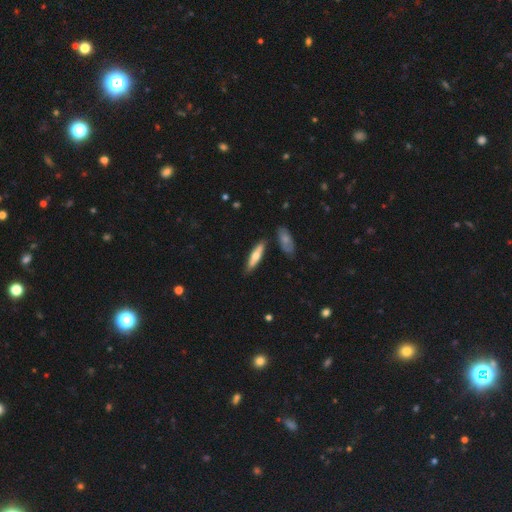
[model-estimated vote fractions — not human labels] This is possibly a smooth galaxy (58%). How rounded: likely cigar-shaped (76%). Merging: clearly none (82%).